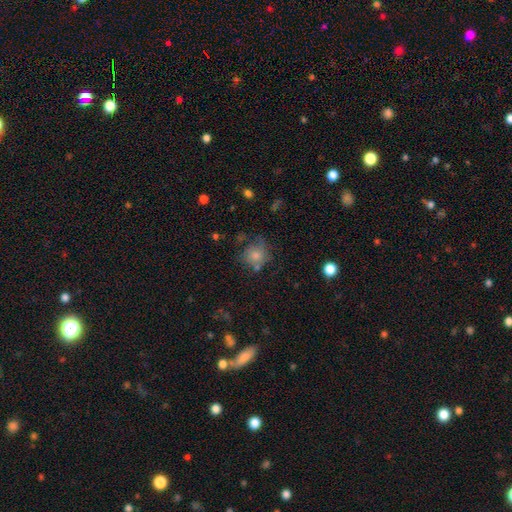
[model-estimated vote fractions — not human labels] smooth 71%, featured or disk 18%, star or artifact 11%. Down the decision tree: how rounded — round (79%); merging — none (53%).